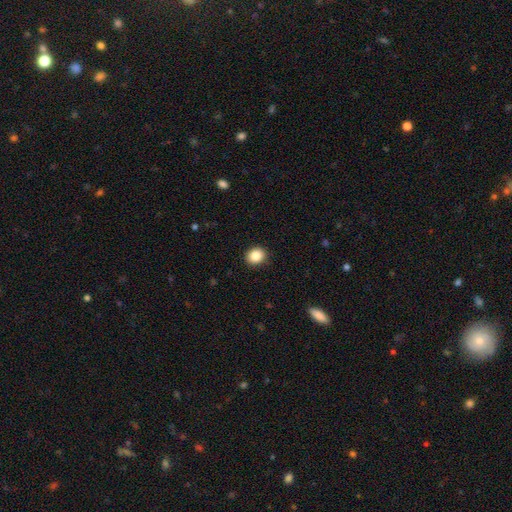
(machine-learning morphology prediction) The model was most divided on "how rounded": round: 70%, in between: 29%, cigar-shaped: 1%. More confident: merging — none (91%); smooth or featured — smooth (86%).